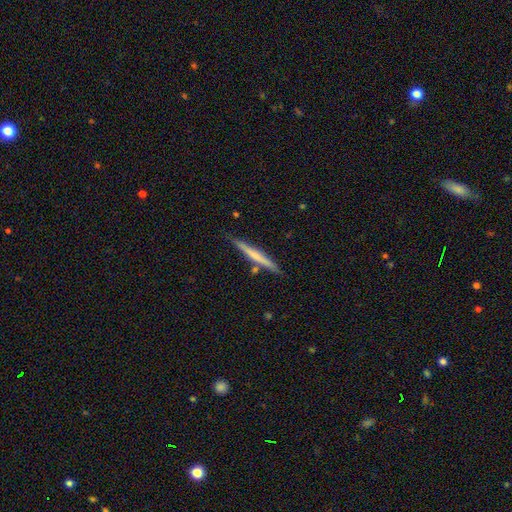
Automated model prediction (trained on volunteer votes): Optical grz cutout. It shows a smooth galaxy with no disk features (49%). Merging: none (82%).